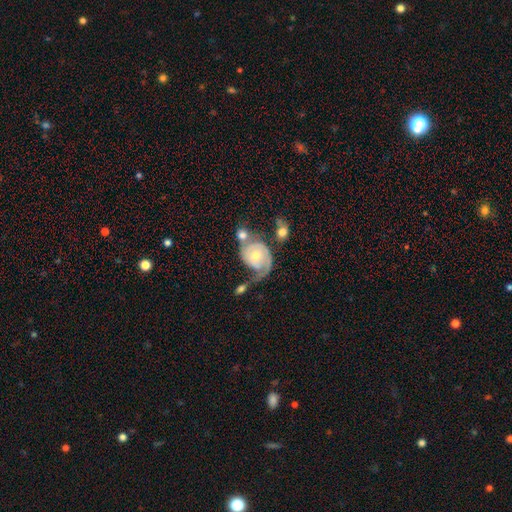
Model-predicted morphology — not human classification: Smooth or featured?
  - featured or disk: 77% *
  - smooth: 17%
  - star or artifact: 6%
Edge-on disk?
  - no: 97% *
  - yes: 3%
Bar?
  - no: 74% *
  - weak: 22%
  - strong: 4%
Spiral arms?
  - yes: 91% *
  - no: 9%
Spiral winding?
  - tight: 41% *
  - medium: 34%
  - loose: 25%
Spiral arm count?
  - 2: 50% *
  - 1: 36%
  - can't tell: 9%
  - 3: 2%
  - 4: 1%
  - more than 4: 1%
Bulge size?
  - moderate: 58% *
  - small: 36%
  - large: 4%
  - none: 1%
  - dominant: 1%
Merging?
  - none: 31% *
  - merger: 28%
  - major disturbance: 23%
  - minor disturbance: 17%